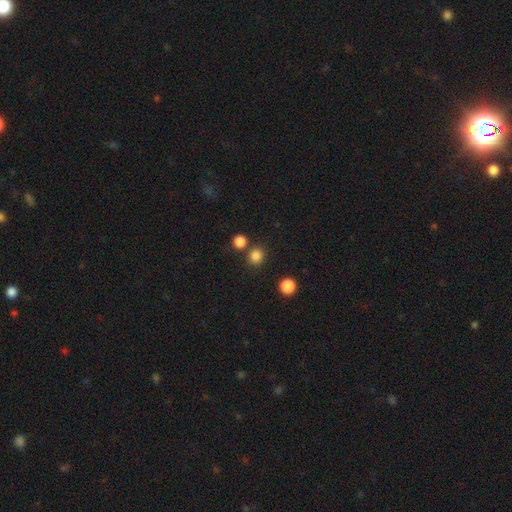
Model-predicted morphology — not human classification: smooth-or-featured: smooth: 82% | star or artifact: 14% | featured or disk: 4%
  how-rounded: round: 84% | in between: 15% | cigar-shaped: 1%
  merging: none: 77% | merger: 13% | minor disturbance: 8% | major disturbance: 3%